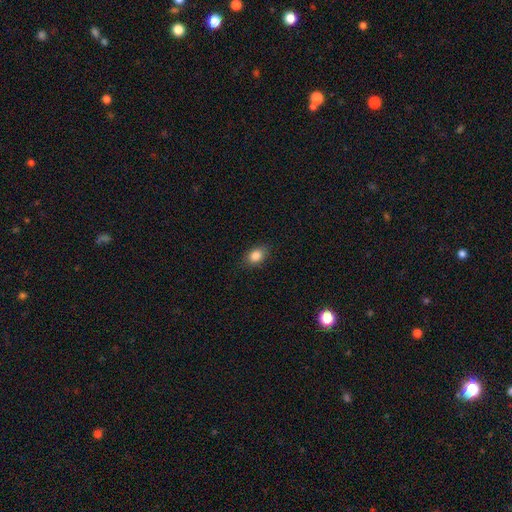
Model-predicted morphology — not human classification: smooth-or-featured: smooth: 85% | star or artifact: 9% | featured or disk: 6%
  how-rounded: in between: 76% | round: 22% | cigar-shaped: 2%
  merging: none: 86% | minor disturbance: 11% | major disturbance: 3% | merger: 1%